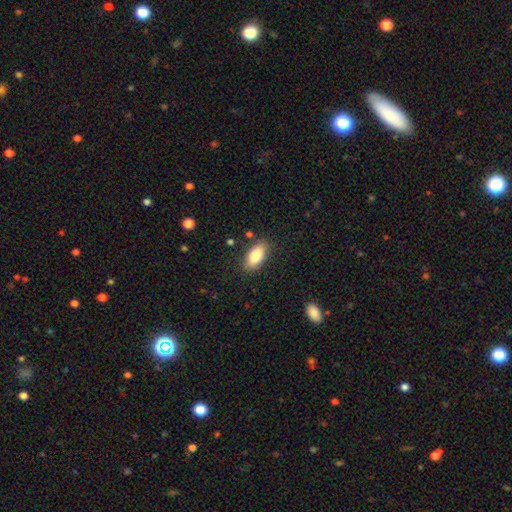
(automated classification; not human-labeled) Morphology: type=smooth (83%); roundness=in between (90%); merging=none (85%).